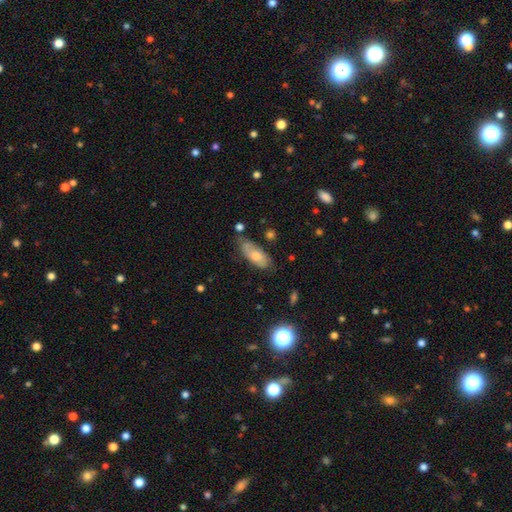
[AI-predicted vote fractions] smooth_or_featured: smooth (p=0.54) [alt: featured or disk p=0.36]
how_rounded: in between (p=0.71) [alt: cigar-shaped p=0.25]
merging: none (p=0.66) [alt: minor disturbance p=0.24]